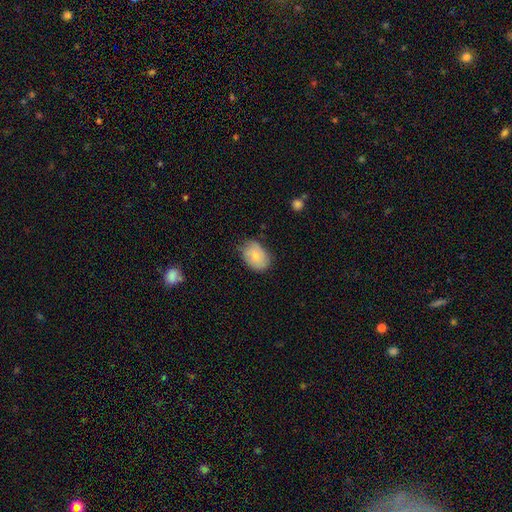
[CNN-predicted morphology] smooth-or-featured: smooth: 76% | featured or disk: 18% | star or artifact: 7%
  how-rounded: in between: 80% | round: 19% | cigar-shaped: 1%
  merging: none: 64% | minor disturbance: 29% | major disturbance: 5% | merger: 1%